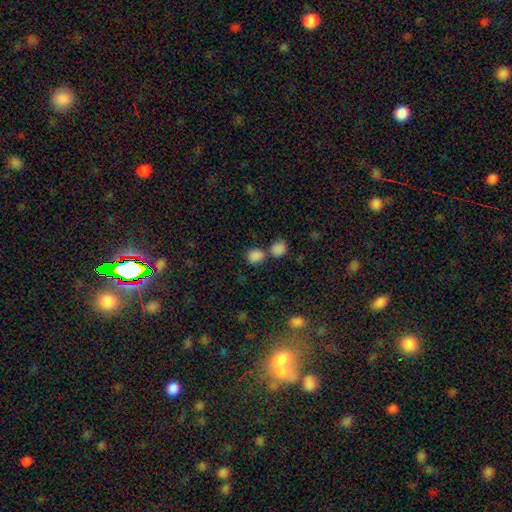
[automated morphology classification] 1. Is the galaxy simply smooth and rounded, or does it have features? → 83% smooth, 13% star or artifact, 4% featured or disk.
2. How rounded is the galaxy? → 70% round, 29% in between, 1% cigar-shaped.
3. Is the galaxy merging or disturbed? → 56% none, 32% merger, 9% minor disturbance, 4% major disturbance.